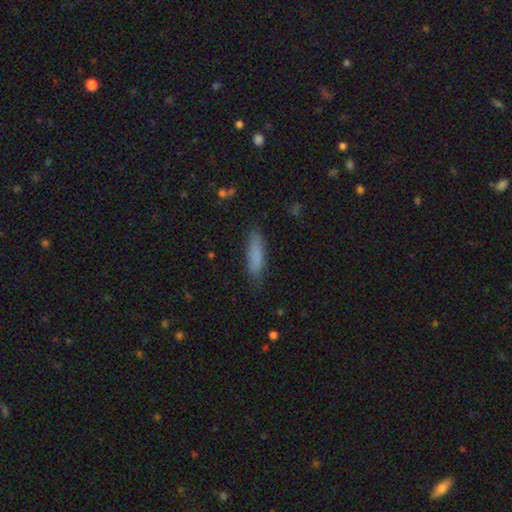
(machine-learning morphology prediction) This appears to be a smooth galaxy with no disk features (84%) that is cigar-shaped (69%). Merging: none (81%).